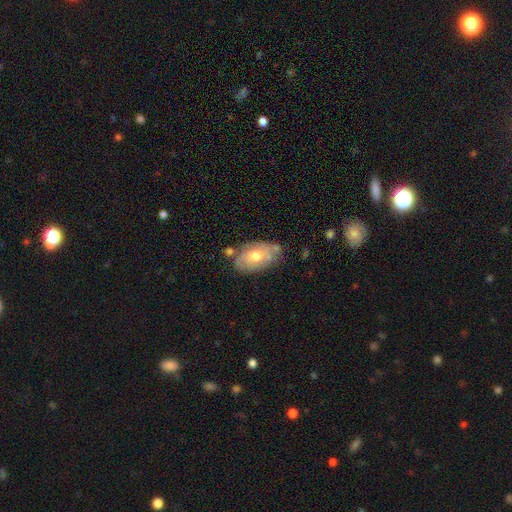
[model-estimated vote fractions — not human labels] Smooth or featured: smooth — 48% (featured or disk — 45%)
Merging: none — 61% (minor disturbance — 23%)